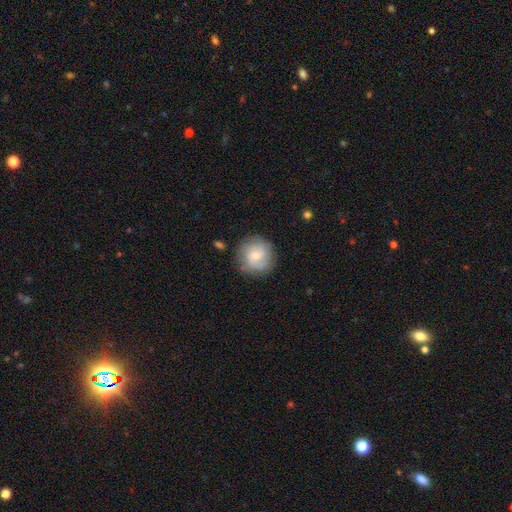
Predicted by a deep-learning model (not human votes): Smooth or featured: smooth — 51% (featured or disk — 42%)
How rounded: round — 92% (in between — 7%)
Merging: none — 80% (minor disturbance — 14%)